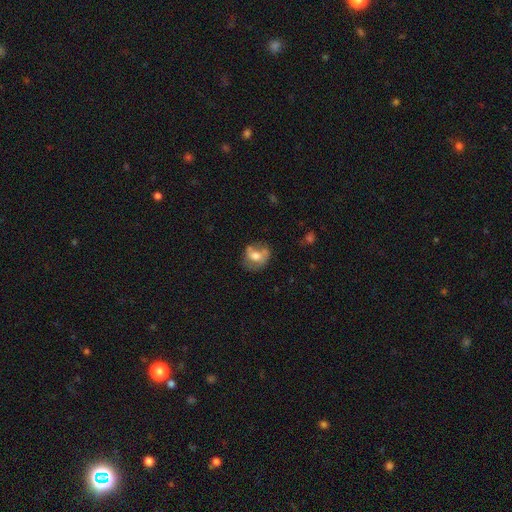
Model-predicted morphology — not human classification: Smooth or featured? smooth (52%)
How rounded? round (53%)
Merging? none (46%)